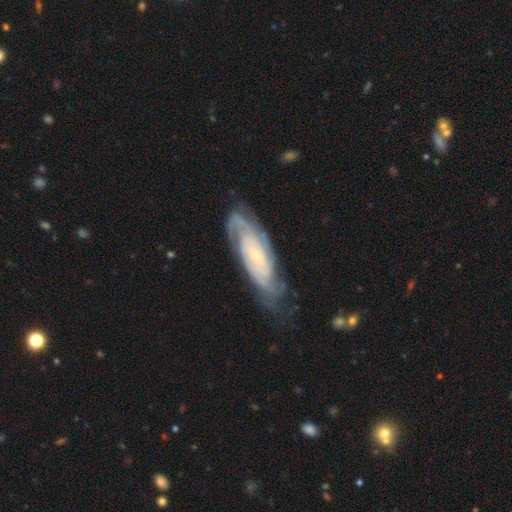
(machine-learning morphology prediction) Smooth or featured? Predicted: featured or disk (p=0.85). Edge-on disk? Predicted: no (p=0.90). Bar? Predicted: no (p=0.59). Spiral arms? Predicted: yes (p=0.97). Spiral winding? Predicted: tight (p=0.69). Spiral arm count? Predicted: 2 (p=0.33). Bulge size? Predicted: small (p=0.77). Merging? Predicted: none (p=0.68).